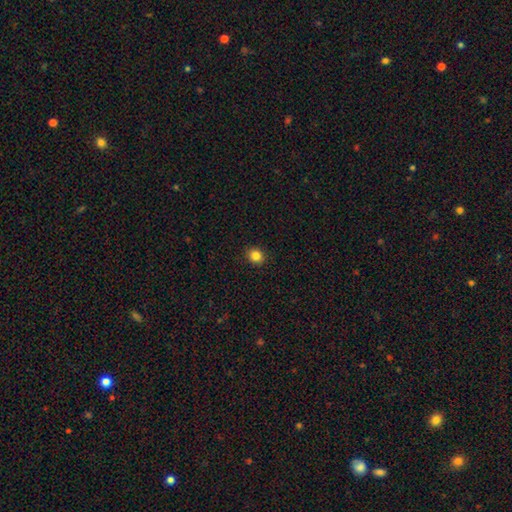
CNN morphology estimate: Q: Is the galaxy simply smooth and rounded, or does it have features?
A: smooth — 85%.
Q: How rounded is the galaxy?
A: round — 81%.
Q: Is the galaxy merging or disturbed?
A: none — 91%.